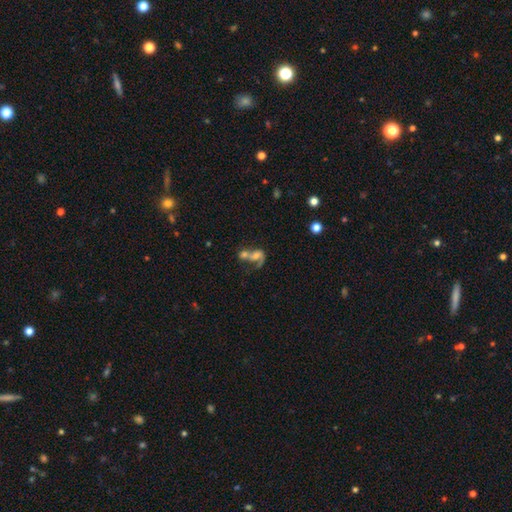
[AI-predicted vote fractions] Smooth or featured: featured or disk — 53% (smooth — 36%)
Edge-on disk: no — 96% (yes — 4%)
Bar: no — 68% (weak — 24%)
Spiral arms: yes — 65% (no — 35%)
Bulge size: moderate — 36% (small — 28%)
Merging: merger — 67% (major disturbance — 14%)